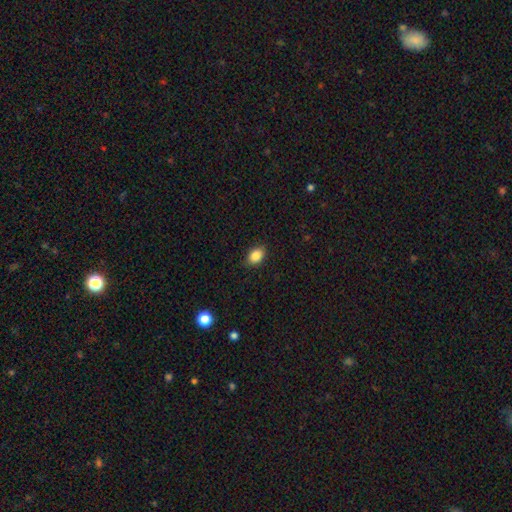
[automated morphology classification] This appears to be a smooth galaxy with no disk features (86%) that is in between round and cigar-shaped (78%). Merging: none (86%).